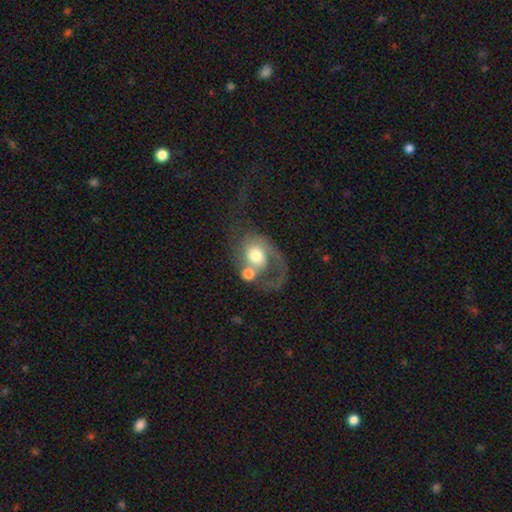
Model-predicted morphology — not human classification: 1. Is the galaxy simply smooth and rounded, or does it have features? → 63% featured or disk, 30% smooth, 8% star or artifact.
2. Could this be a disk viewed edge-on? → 97% no, 3% yes.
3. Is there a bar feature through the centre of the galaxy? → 75% no, 21% weak, 5% strong.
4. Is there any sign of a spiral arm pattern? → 80% yes, 20% no.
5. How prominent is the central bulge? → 61% moderate, 22% large, 12% small, 3% dominant, 2% none.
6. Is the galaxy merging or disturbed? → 33% major disturbance, 31% merger, 24% none, 12% minor disturbance.